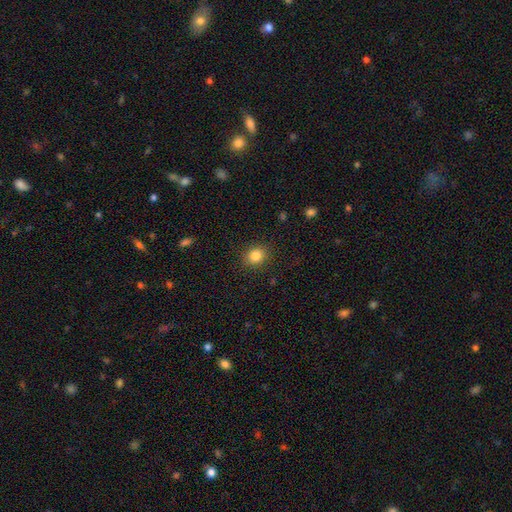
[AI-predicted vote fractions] A smooth galaxy with no disk features (84%) that is round (68%).

Vote fractions:
- Smooth or featured? smooth: 84% / star or artifact: 11% / featured or disk: 6%
- How rounded? round: 68% / in between: 31% / cigar-shaped: 1%
- Merging? none: 88% / minor disturbance: 8% / major disturbance: 3% / merger: 1%